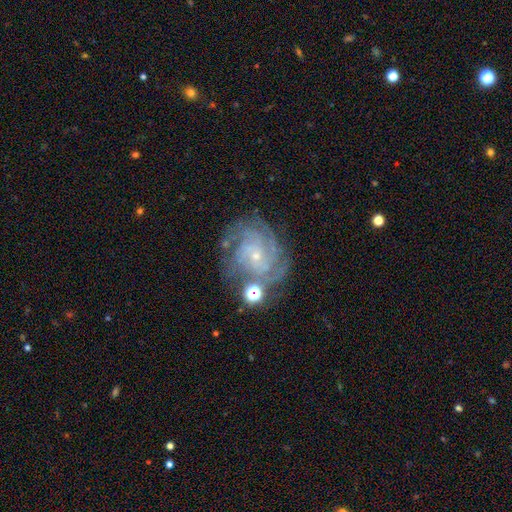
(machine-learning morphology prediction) featured or disk 85%, star or artifact 8%, smooth 6%. Down the decision tree: edge-on disk — no (98%); bar — no (70%); spiral arms — yes (97%); spiral arm count — 4 (32%); spiral winding — tight (71%); bulge size — small (84%); merging — none (70%).